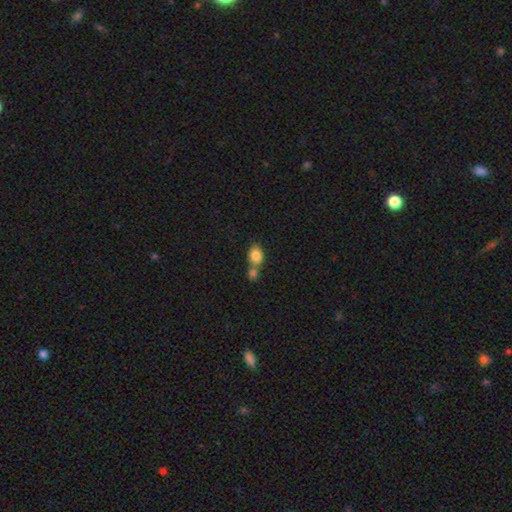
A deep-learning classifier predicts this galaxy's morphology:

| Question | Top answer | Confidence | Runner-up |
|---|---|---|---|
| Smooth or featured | smooth | 83% | featured or disk (9%) |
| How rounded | in between | 56% | round (43%) |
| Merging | merger | 54% | none (35%) |